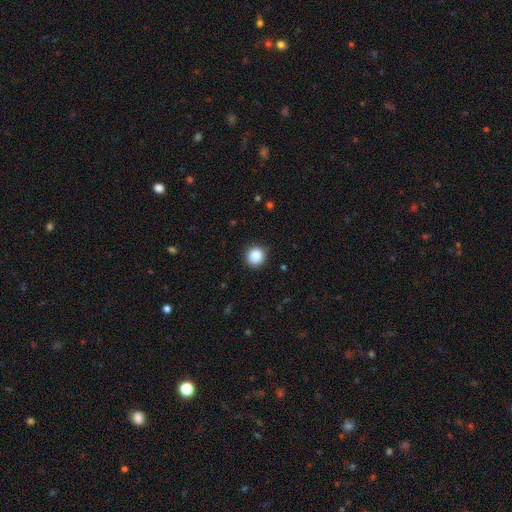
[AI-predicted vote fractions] The model was most divided on "smooth or featured": smooth: 86%, star or artifact: 10%, featured or disk: 4%. More confident: how rounded — round (94%); merging — none (91%).